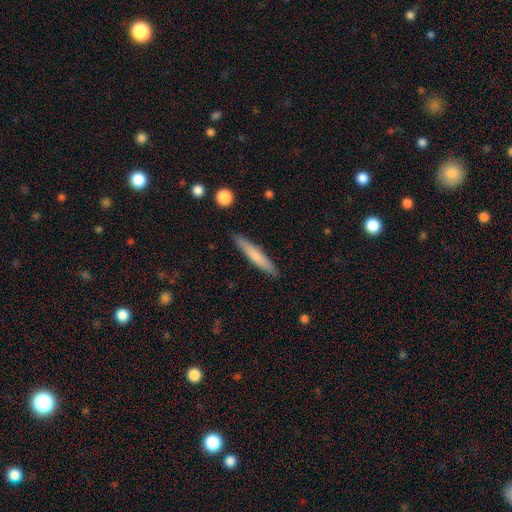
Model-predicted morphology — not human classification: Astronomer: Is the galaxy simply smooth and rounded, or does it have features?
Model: smooth — 70%.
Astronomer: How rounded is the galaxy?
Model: cigar-shaped — 93%.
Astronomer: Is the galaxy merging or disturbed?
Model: none — 89%.